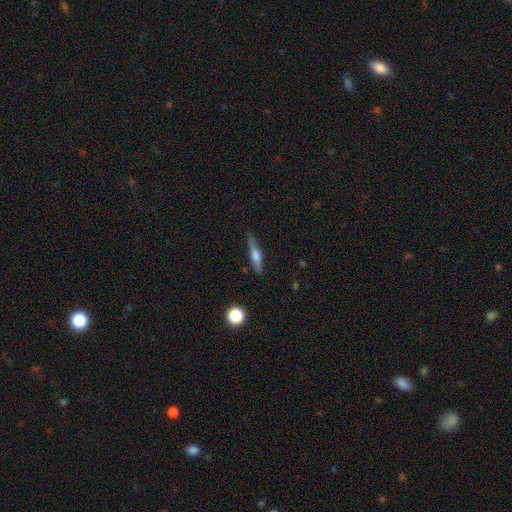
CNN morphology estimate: Q: Smooth or featured?
A: smooth (48%); runner-up: featured or disk (45%)
Q: Merging?
A: none (84%); runner-up: minor disturbance (12%)